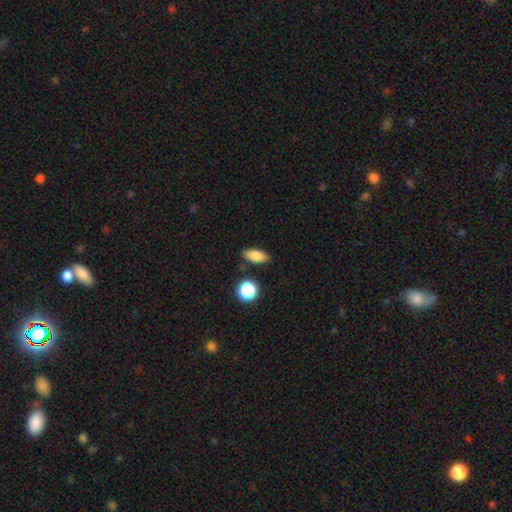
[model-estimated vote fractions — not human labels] Smooth or featured? Predicted: smooth (p=0.83). How rounded? Predicted: in between (p=0.82). Merging? Predicted: none (p=0.82).